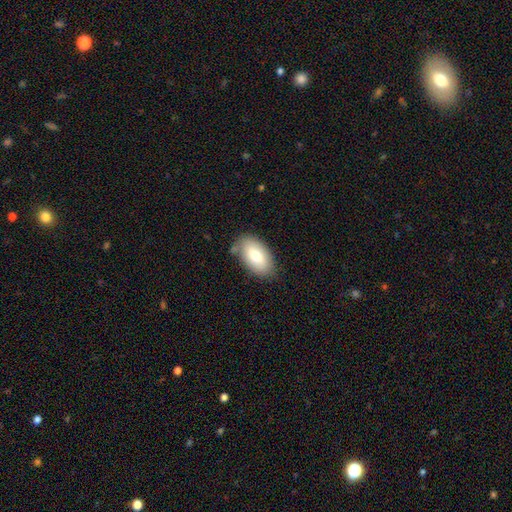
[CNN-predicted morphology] A smooth galaxy with no disk features (74%) that is in between round and cigar-shaped (94%). Merging: none (76%).